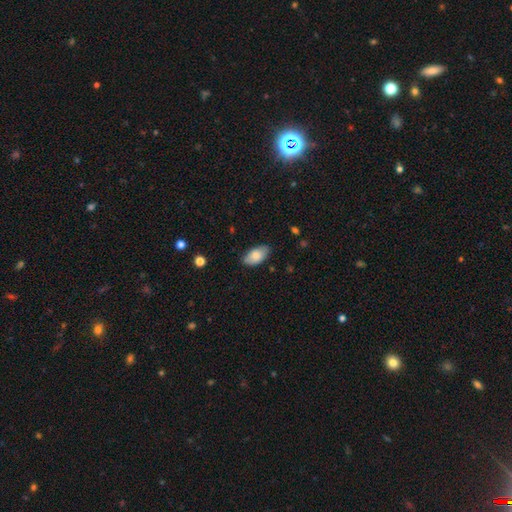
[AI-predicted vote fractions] A smooth galaxy with no disk features (82%) that is in between round and cigar-shaped (94%). Merging: none (81%).